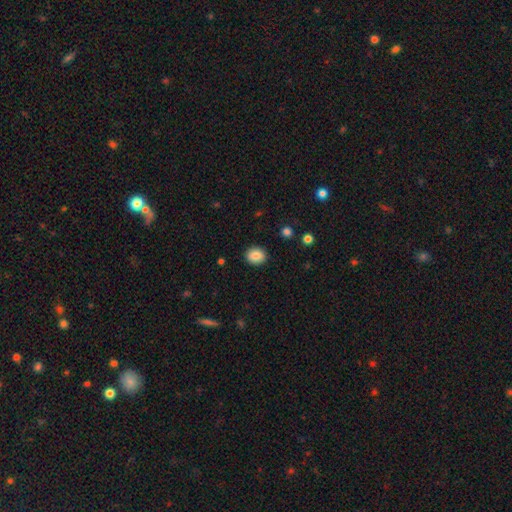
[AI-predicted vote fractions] Overall: smooth (85%). How rounded: round (57%; in between 42%). Merging: none (89%).